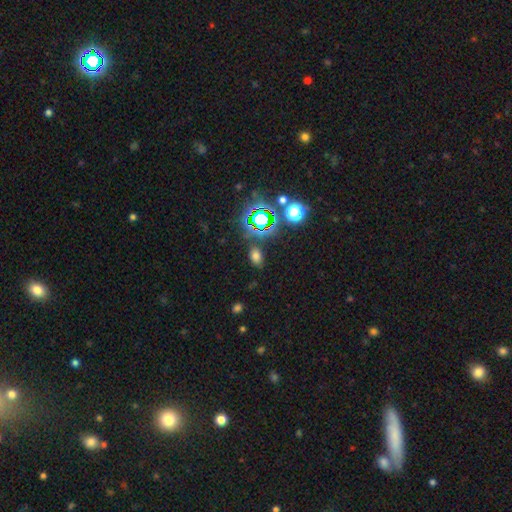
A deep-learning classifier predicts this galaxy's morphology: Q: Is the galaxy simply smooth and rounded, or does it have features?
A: smooth — 64%.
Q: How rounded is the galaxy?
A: in between — 82%.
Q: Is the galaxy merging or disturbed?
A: none — 81%.